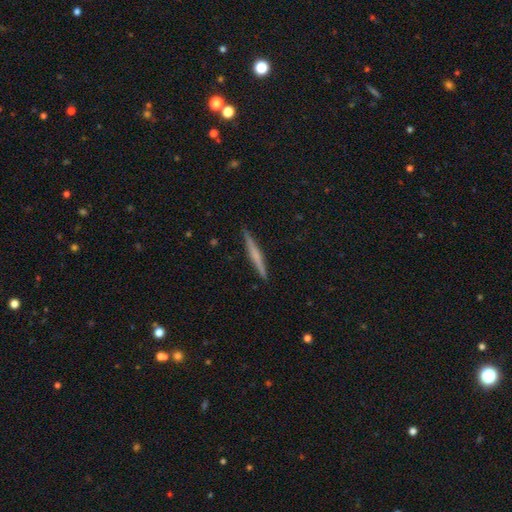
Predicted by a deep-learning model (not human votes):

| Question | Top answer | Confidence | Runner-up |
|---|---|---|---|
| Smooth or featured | featured or disk | 53% | smooth (41%) |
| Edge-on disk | yes | 98% | no (2%) |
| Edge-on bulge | none | 54% | rounded (34%) |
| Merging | none | 92% | minor disturbance (6%) |